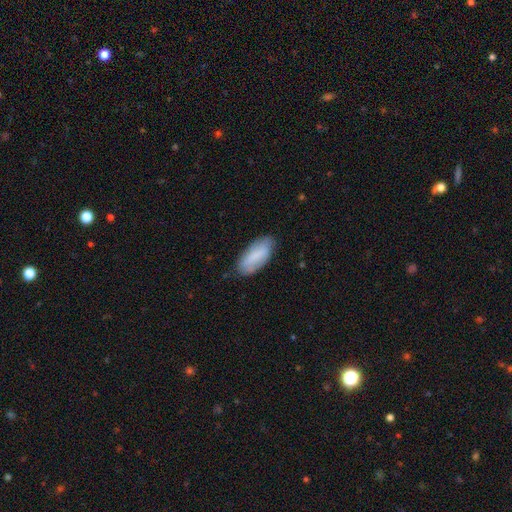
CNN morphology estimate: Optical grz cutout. It shows a smooth galaxy with no disk features (78%) that is in between round and cigar-shaped (84%). Merging: none (78%).